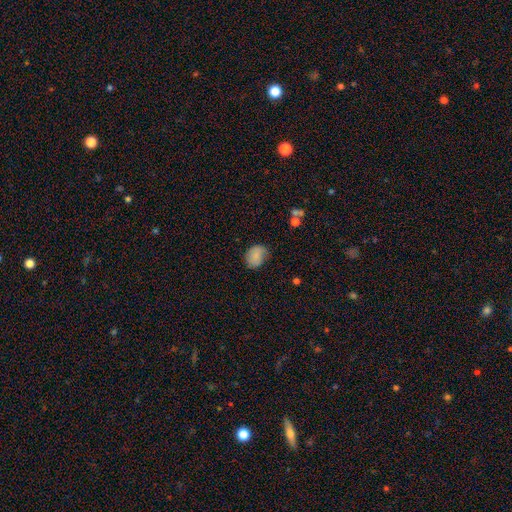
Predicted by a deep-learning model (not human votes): Smooth or featured: smooth — 81% (featured or disk — 10%)
How rounded: in between — 57% (round — 42%)
Merging: none — 62% (minor disturbance — 29%)